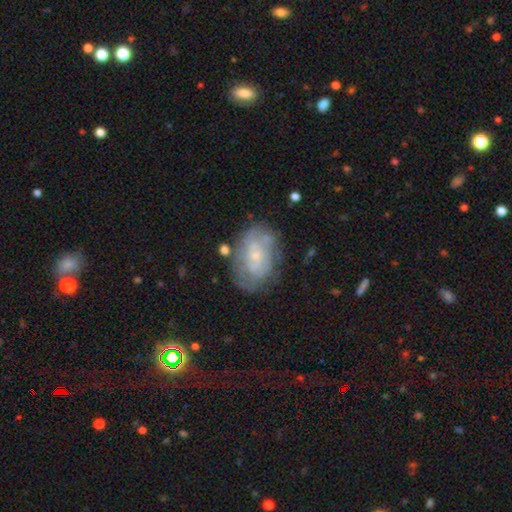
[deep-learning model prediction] Smooth or featured? featured or disk (65%)
Edge-on disk? no (96%)
Bar? no (71%)
Spiral arms? yes (72%)
Bulge size? small (71%)
Merging? none (66%)